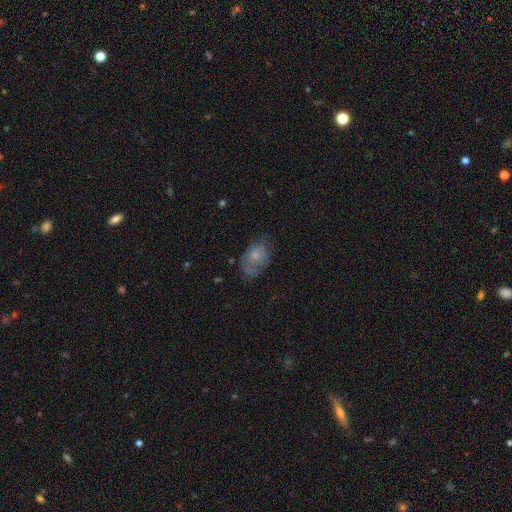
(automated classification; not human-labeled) Smooth or featured? Predicted: smooth (p=0.50). Merging? Predicted: none (p=0.60).